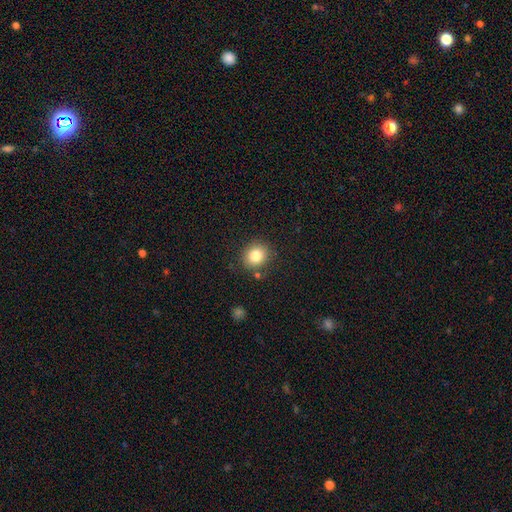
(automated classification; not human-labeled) smooth_or_featured: smooth (p=0.81) [alt: star or artifact p=0.11]
how_rounded: round (p=0.78) [alt: in between p=0.22]
merging: none (p=0.85) [alt: minor disturbance p=0.09]